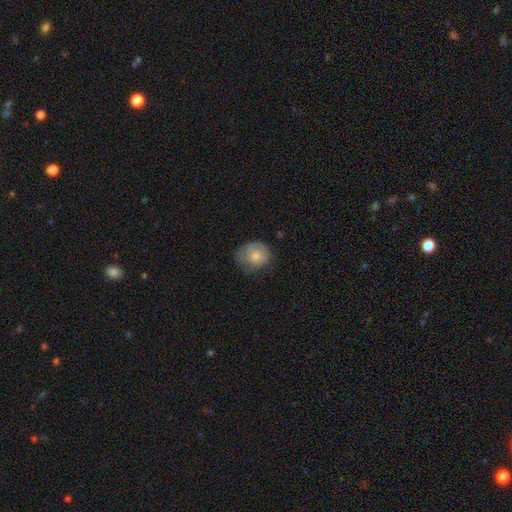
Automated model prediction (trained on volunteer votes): Smooth or featured: smooth — 71% (featured or disk — 22%)
How rounded: round — 74% (in between — 25%)
Merging: none — 49% (minor disturbance — 33%)